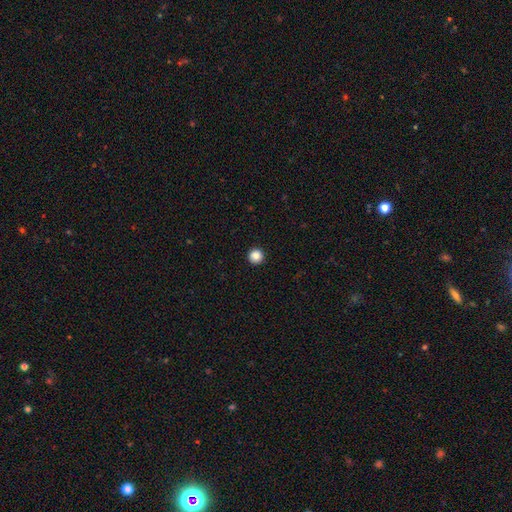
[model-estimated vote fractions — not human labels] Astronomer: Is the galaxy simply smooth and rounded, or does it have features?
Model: smooth — 86%.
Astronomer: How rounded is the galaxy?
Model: round — 97%.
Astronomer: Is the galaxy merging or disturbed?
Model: none — 94%.